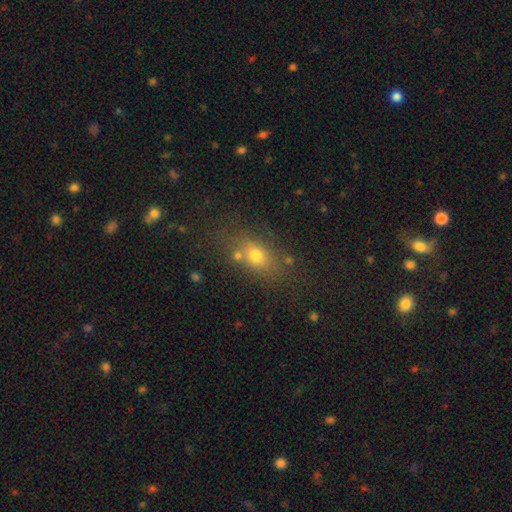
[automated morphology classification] Overall: smooth (71%). How rounded: in between (69%). Merging: none (65%).